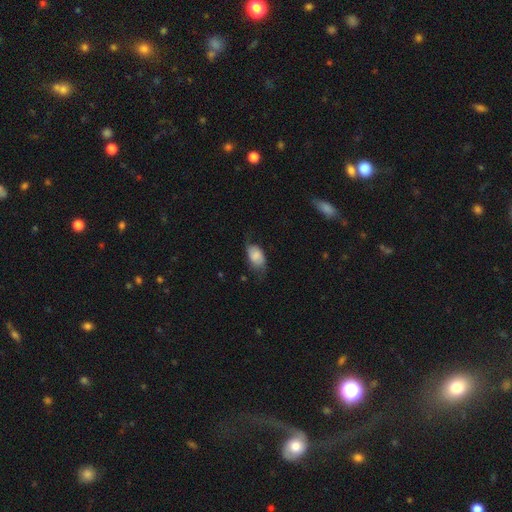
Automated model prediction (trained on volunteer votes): A smooth galaxy with no disk features (72%) that is in between round and cigar-shaped (88%).

Vote fractions:
- Smooth or featured? smooth: 72% / featured or disk: 21% / star or artifact: 7%
- How rounded? in between: 88% / round: 10% / cigar-shaped: 2%
- Merging? none: 49% / minor disturbance: 33% / major disturbance: 16% / merger: 2%